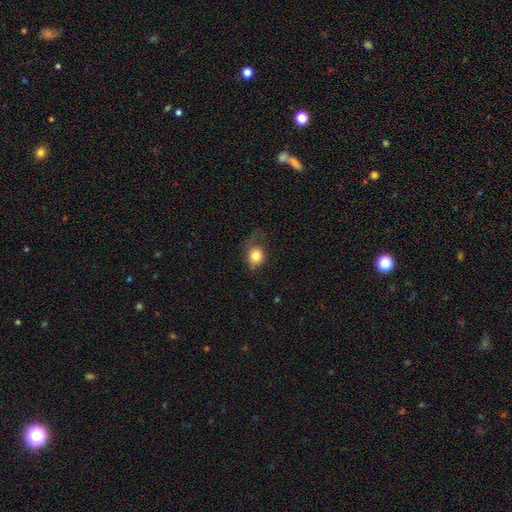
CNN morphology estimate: smooth-or-featured: smooth: 80% | featured or disk: 11% | star or artifact: 9%
  how-rounded: round: 66% | in between: 33% | cigar-shaped: 1%
  merging: none: 41% | major disturbance: 29% | minor disturbance: 28% | merger: 2%